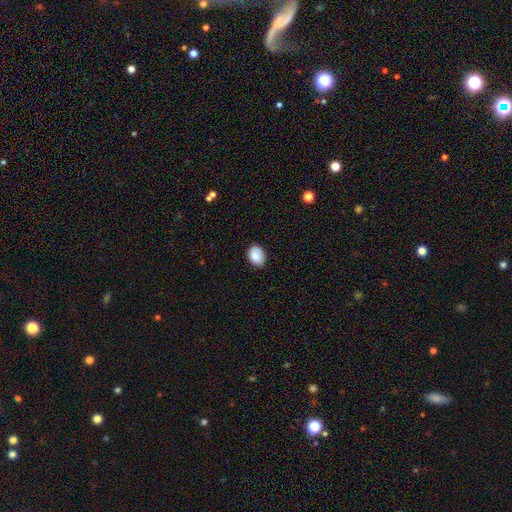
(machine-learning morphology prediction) Smooth or featured? smooth (82%)
How rounded? in between (69%)
Merging? none (83%)